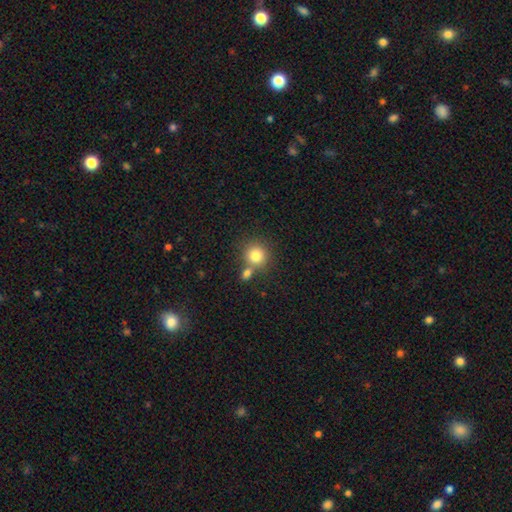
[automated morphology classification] A smooth galaxy with no disk features (81%) that is round (90%). Merging: none (63%).